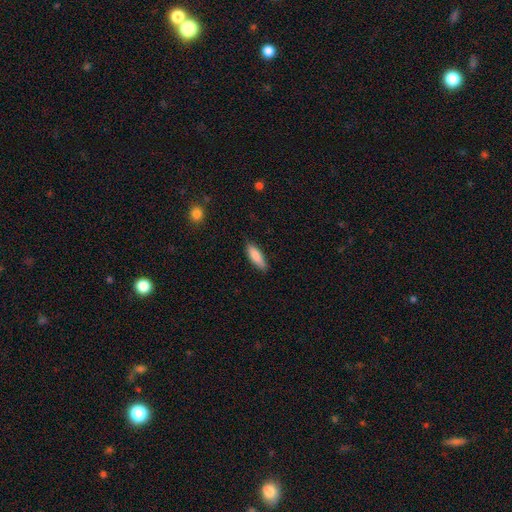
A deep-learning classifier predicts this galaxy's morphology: This appears to be a smooth galaxy with no disk features (85%) that is in between round and cigar-shaped (54%). Merging: none (81%).